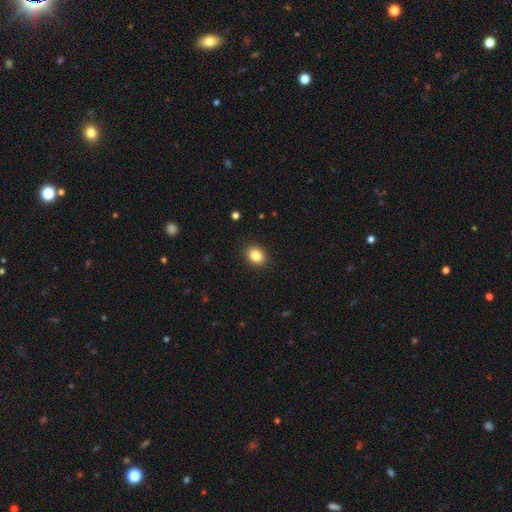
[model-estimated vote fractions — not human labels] A smooth galaxy with no disk features (85%) that is round (50%).

Vote fractions:
- Smooth or featured? smooth: 85% / star or artifact: 10% / featured or disk: 5%
- How rounded? round: 50% / in between: 49% / cigar-shaped: 1%
- Merging? none: 90% / minor disturbance: 7% / major disturbance: 2% / merger: 1%